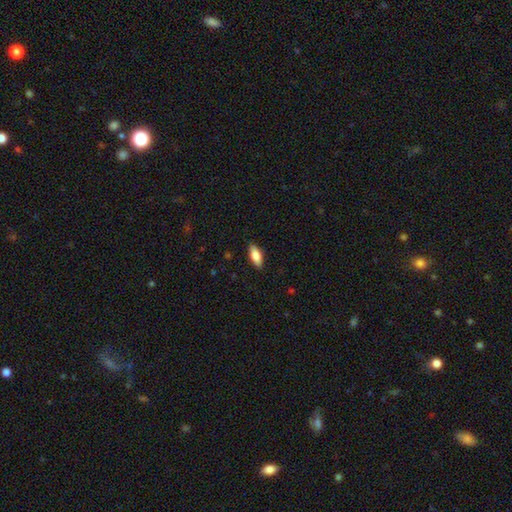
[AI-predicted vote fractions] smooth-or-featured: smooth: 78% | featured or disk: 16% | star or artifact: 6%
  how-rounded: in between: 74% | cigar-shaped: 23% | round: 2%
  merging: none: 88% | minor disturbance: 9% | major disturbance: 2% | merger: 1%